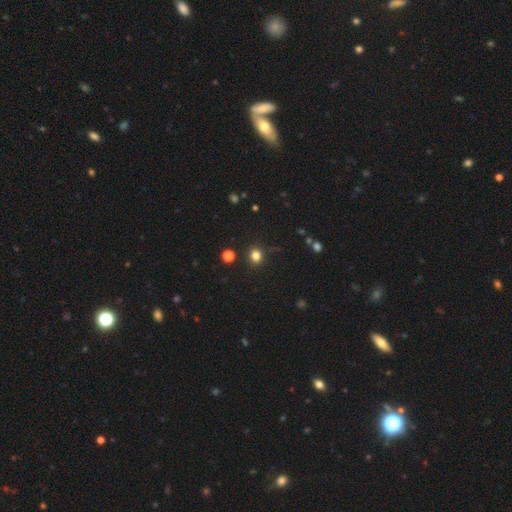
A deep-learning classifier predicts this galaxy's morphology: Smooth or featured?
  - smooth: 81% *
  - star or artifact: 15%
  - featured or disk: 5%
How rounded?
  - round: 78% *
  - in between: 21%
  - cigar-shaped: 1%
Merging?
  - none: 87% *
  - minor disturbance: 8%
  - major disturbance: 2%
  - merger: 2%